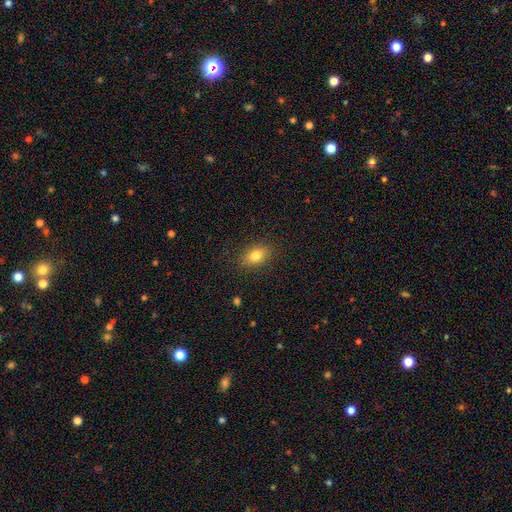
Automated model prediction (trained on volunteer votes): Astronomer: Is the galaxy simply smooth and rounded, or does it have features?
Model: smooth — 81%.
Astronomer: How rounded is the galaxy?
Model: in between — 83%.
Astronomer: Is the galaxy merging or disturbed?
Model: none — 87%.